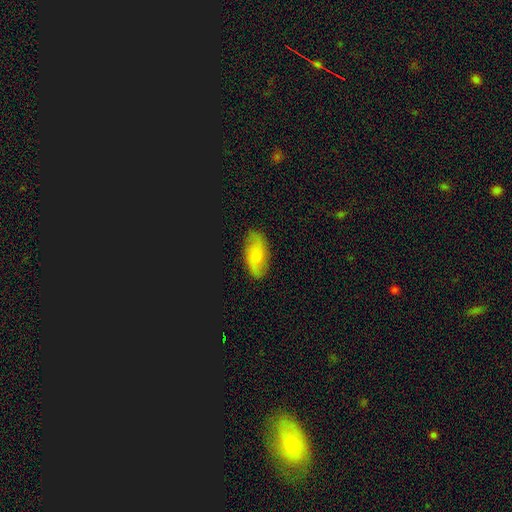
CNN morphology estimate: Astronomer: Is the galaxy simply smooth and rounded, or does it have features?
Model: smooth — 55% (runner-up: featured or disk, 35%).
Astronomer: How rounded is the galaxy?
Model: in between — 90%.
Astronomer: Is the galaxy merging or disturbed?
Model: none — 82%.